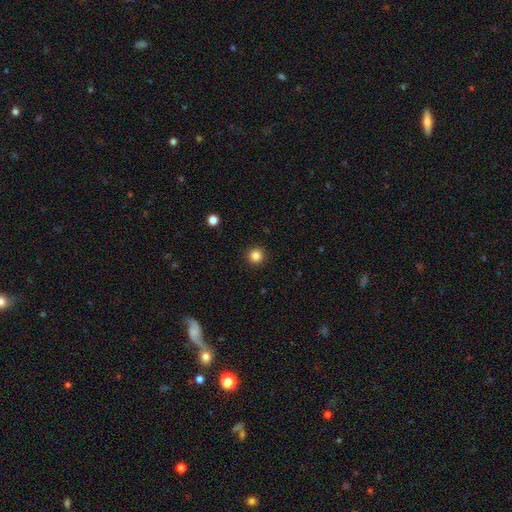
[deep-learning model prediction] This is clearly a smooth galaxy (85%). How rounded: clearly round (96%). Merging: clearly none (93%).